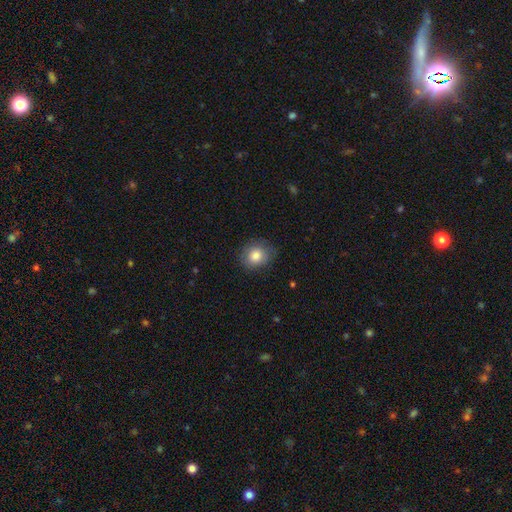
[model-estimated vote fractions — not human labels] Smooth or featured? smooth (83%)
How rounded? round (67%)
Merging? none (81%)